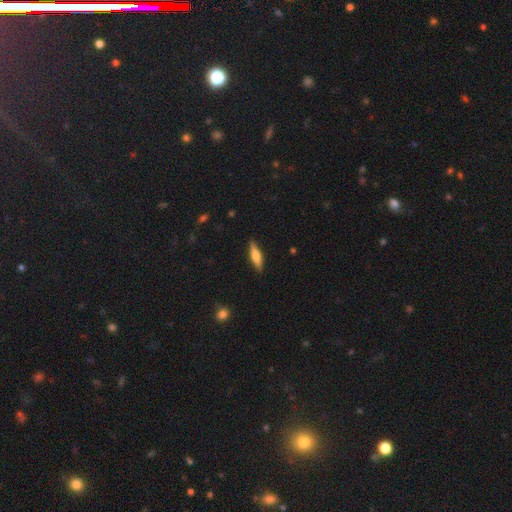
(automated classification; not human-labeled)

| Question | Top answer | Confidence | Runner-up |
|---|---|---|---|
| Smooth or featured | smooth | 56% | featured or disk (38%) |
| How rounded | cigar-shaped | 67% | in between (31%) |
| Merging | none | 88% | minor disturbance (9%) |